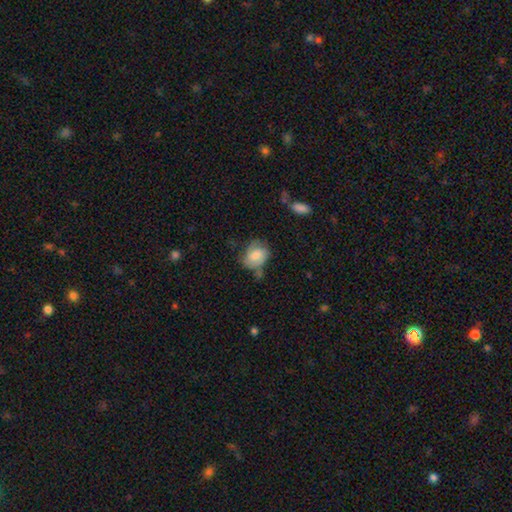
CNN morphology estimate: This is likely a smooth galaxy (61%). How rounded: possibly in between (59%). Merging: possibly none (47%).